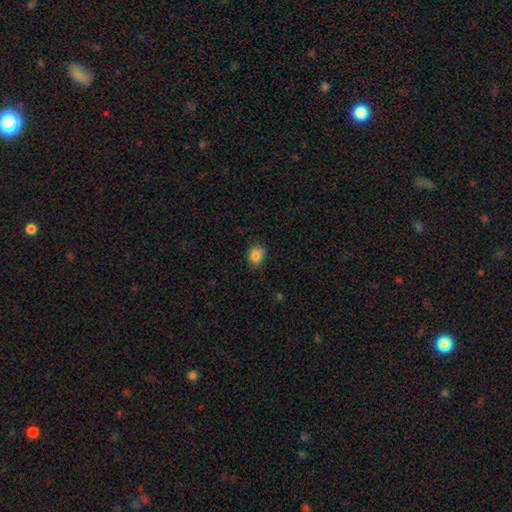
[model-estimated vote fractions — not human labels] Smooth or featured: smooth — 84% (star or artifact — 10%)
How rounded: round — 57% (in between — 42%)
Merging: none — 79% (minor disturbance — 17%)